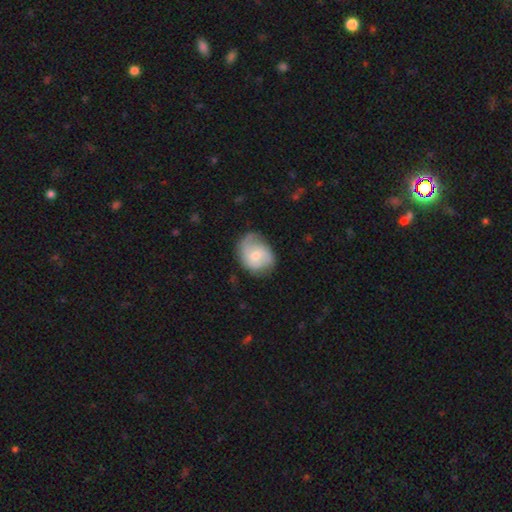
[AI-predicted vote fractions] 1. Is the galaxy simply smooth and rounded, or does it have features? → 55% featured or disk, 39% smooth, 6% star or artifact.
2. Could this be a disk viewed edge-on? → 97% no, 3% yes.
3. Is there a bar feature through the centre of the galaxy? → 69% no, 27% weak, 4% strong.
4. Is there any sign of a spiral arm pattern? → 81% yes, 19% no.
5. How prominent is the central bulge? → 57% moderate, 37% small, 3% large, 2% none, 1% dominant.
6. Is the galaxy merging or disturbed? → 55% none, 30% minor disturbance, 13% major disturbance, 2% merger.